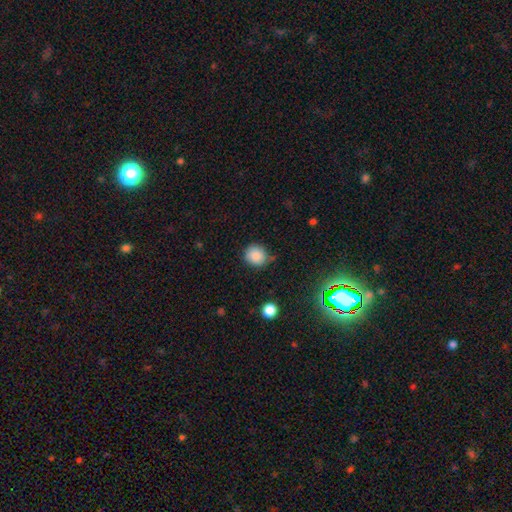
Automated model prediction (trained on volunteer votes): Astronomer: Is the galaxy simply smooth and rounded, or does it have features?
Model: smooth — 85%.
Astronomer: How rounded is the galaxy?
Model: round — 84%.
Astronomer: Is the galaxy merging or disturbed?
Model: none — 74%.